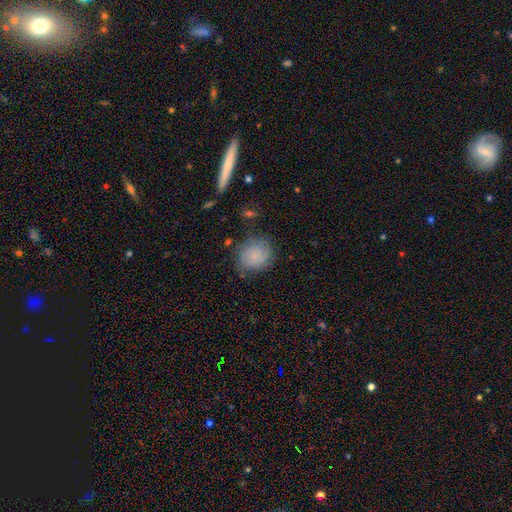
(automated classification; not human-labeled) smooth 75%, featured or disk 17%, star or artifact 9%. Down the decision tree: how rounded — round (82%); merging — none (72%).